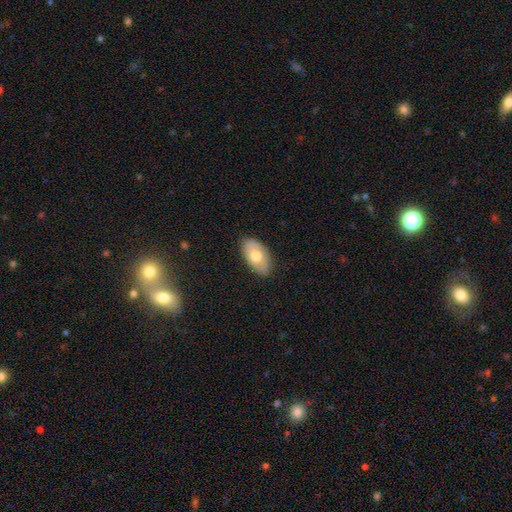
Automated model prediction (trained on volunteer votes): This appears to be a smooth galaxy with no disk features (66%) that is in between round and cigar-shaped (94%). Merging: none (84%).